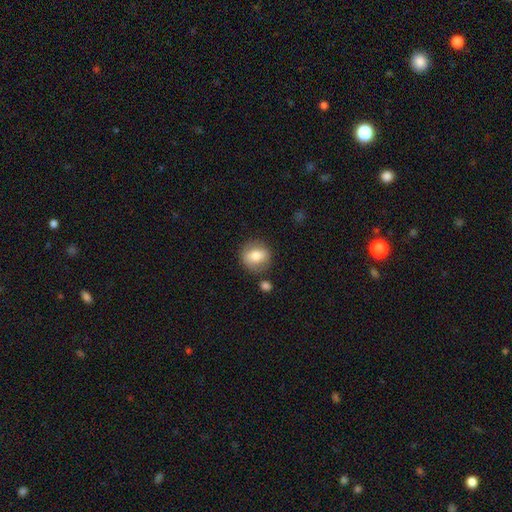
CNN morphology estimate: smooth_or_featured: smooth (p=0.72) [alt: featured or disk p=0.20]
how_rounded: round (p=0.80) [alt: in between p=0.18]
merging: none (p=0.79) [alt: minor disturbance p=0.12]